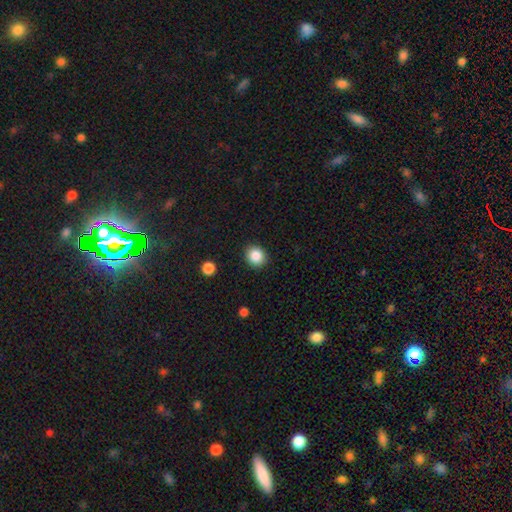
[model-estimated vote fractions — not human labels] Q: Smooth or featured?
A: smooth (86%); runner-up: star or artifact (9%)
Q: How rounded?
A: round (79%); runner-up: in between (20%)
Q: Merging?
A: none (90%); runner-up: minor disturbance (7%)